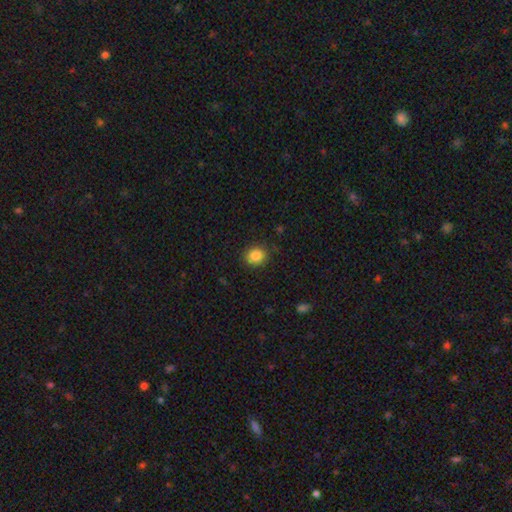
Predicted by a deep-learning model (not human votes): Smooth or featured? Predicted: smooth (p=0.85). How rounded? Predicted: round (p=0.78). Merging? Predicted: none (p=0.88).